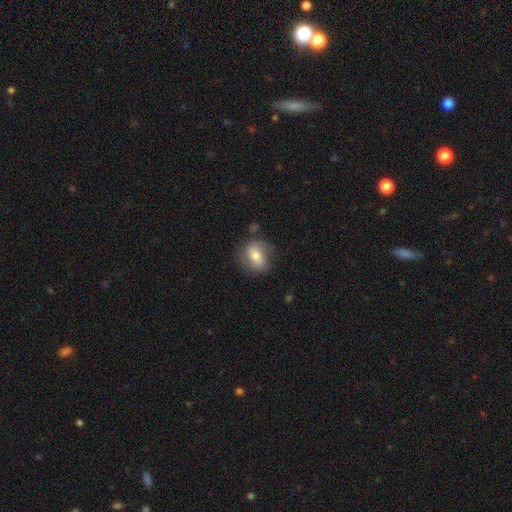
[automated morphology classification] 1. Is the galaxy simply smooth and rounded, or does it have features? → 55% smooth, 37% featured or disk, 8% star or artifact.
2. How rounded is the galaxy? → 61% in between, 37% round, 2% cigar-shaped.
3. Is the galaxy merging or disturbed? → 70% none, 19% minor disturbance, 8% major disturbance, 3% merger.